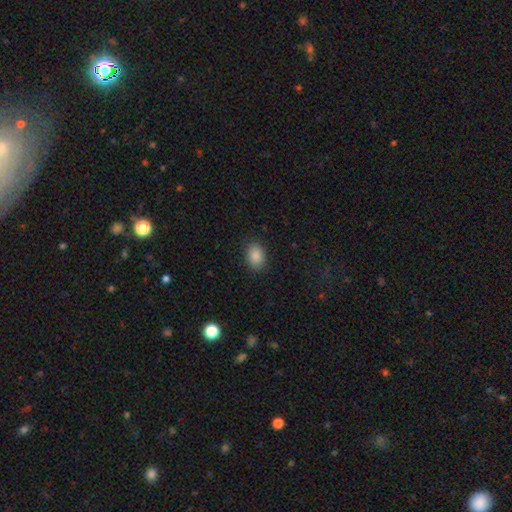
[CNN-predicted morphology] Smooth or featured?
  - smooth: 88% *
  - star or artifact: 8%
  - featured or disk: 3%
How rounded?
  - in between: 79% *
  - round: 20%
  - cigar-shaped: 1%
Merging?
  - none: 87% *
  - minor disturbance: 9%
  - major disturbance: 3%
  - merger: 1%